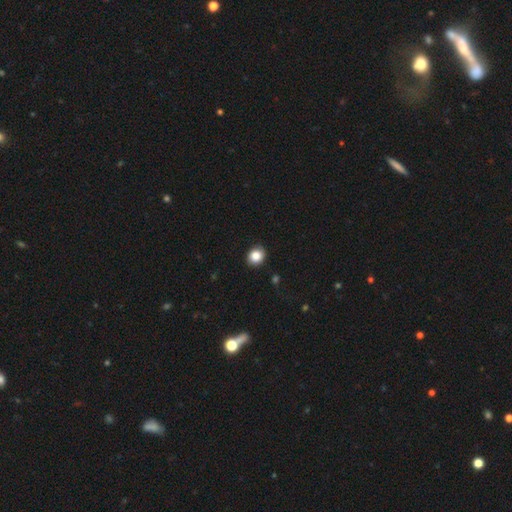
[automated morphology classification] Overall: smooth (84%). How rounded: round (69%; in between 30%). Merging: none (86%).